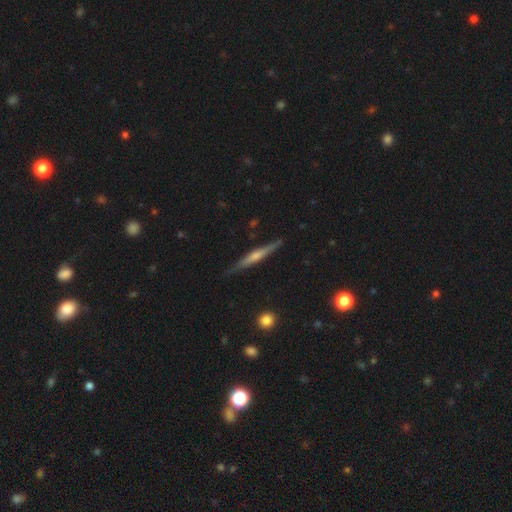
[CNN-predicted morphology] featured or disk 75%, smooth 19%, star or artifact 6%. Down the decision tree: edge-on disk — yes (98%); edge-on bulge — rounded (69%); merging — none (89%).